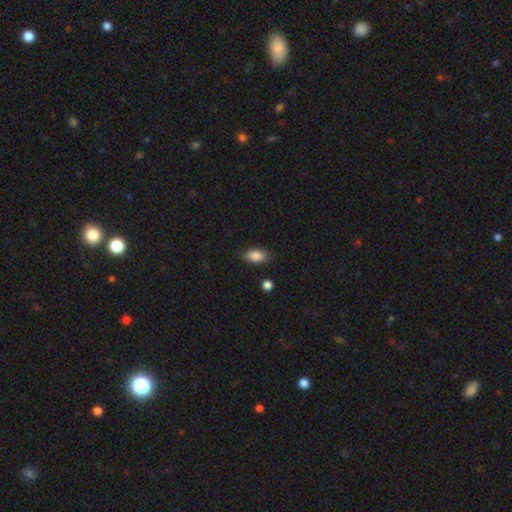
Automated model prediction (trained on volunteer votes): This is clearly a smooth galaxy (87%). How rounded: clearly in between (90%). Merging: clearly none (84%).